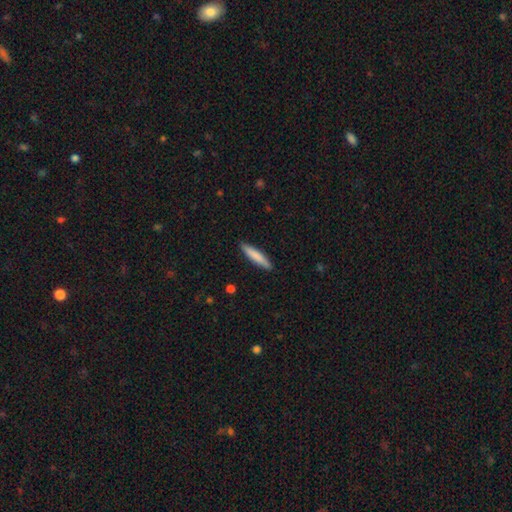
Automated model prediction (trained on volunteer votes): Smooth or featured: smooth — 79% (featured or disk — 16%)
How rounded: cigar-shaped — 88% (in between — 11%)
Merging: none — 89% (minor disturbance — 9%)